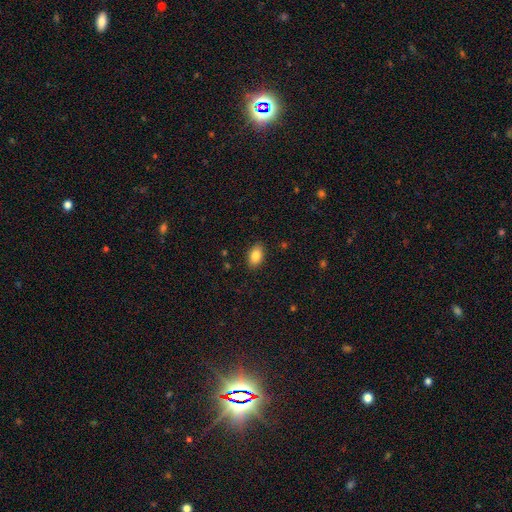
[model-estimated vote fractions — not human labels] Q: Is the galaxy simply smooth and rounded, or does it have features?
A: smooth — 84%.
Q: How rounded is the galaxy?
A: in between — 90%.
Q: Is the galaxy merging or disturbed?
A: none — 88%.